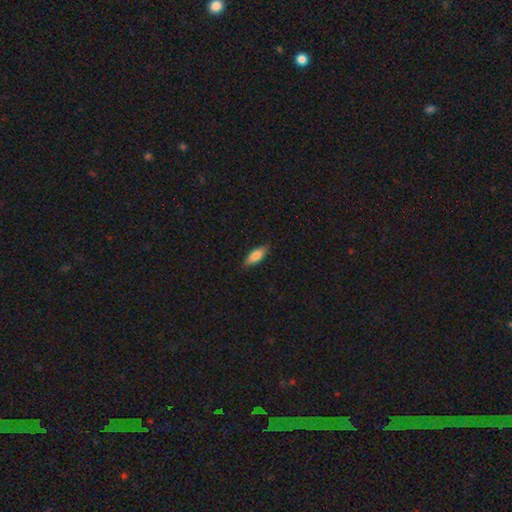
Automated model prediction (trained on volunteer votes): Q: Smooth or featured?
A: smooth (78%); runner-up: featured or disk (16%)
Q: How rounded?
A: in between (69%); runner-up: cigar-shaped (29%)
Q: Merging?
A: none (84%); runner-up: minor disturbance (13%)